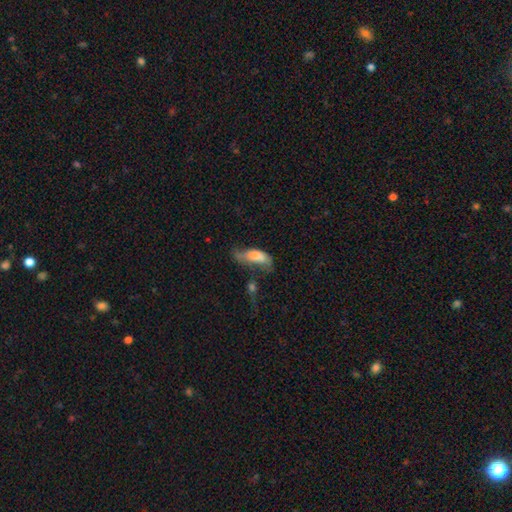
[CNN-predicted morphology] A smooth galaxy with no disk features (61%) that is in between round and cigar-shaped (74%). Merging: none (32%).